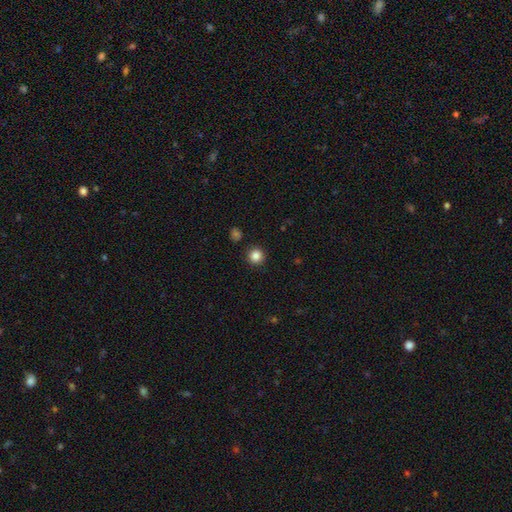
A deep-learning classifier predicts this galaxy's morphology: smooth-or-featured: smooth: 85% | star or artifact: 11% | featured or disk: 4%
  how-rounded: round: 95% | in between: 4% | cigar-shaped: 1%
  merging: none: 92% | minor disturbance: 5% | major disturbance: 2% | merger: 2%